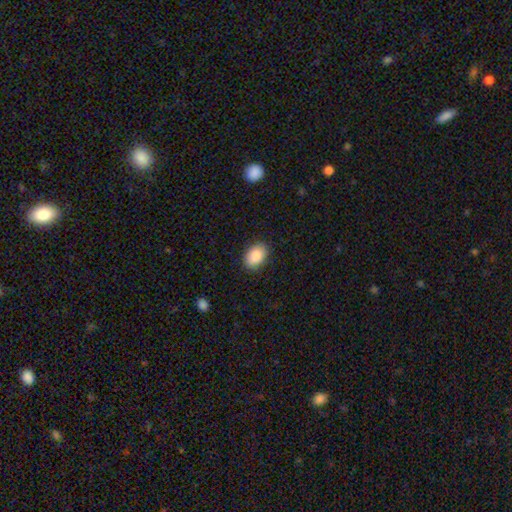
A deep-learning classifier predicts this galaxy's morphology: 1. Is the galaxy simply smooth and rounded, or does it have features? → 88% smooth, 7% star or artifact, 5% featured or disk.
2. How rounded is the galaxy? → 82% in between, 16% round, 1% cigar-shaped.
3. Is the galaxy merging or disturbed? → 87% none, 9% minor disturbance, 2% major disturbance, 1% merger.